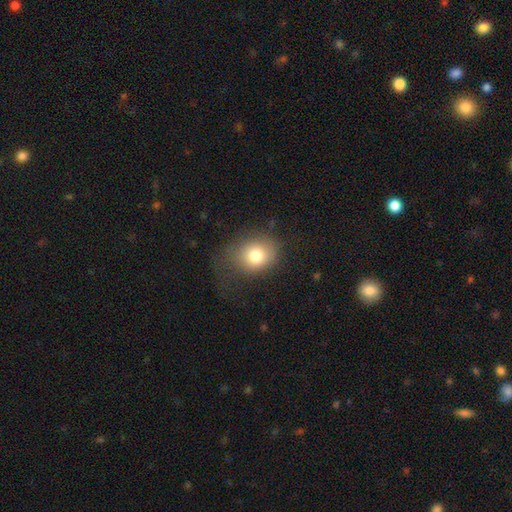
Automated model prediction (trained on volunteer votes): smooth 79%, featured or disk 11%, star or artifact 10%. Down the decision tree: how rounded — round (58%); merging — none (53%).